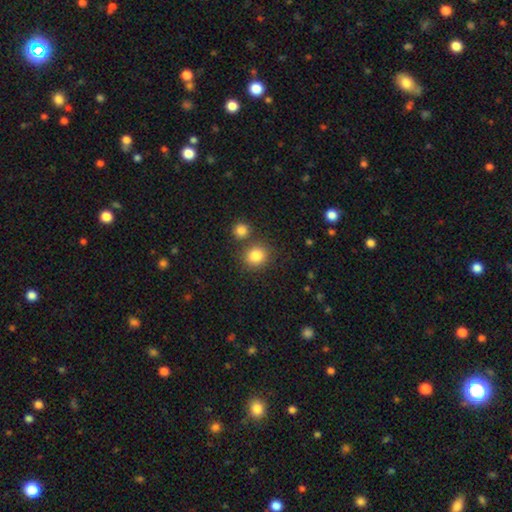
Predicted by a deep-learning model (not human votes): The model was most divided on "merging": none: 73%, merger: 15%, minor disturbance: 9%, major disturbance: 3%. More confident: smooth or featured — smooth (84%); how rounded — round (79%).